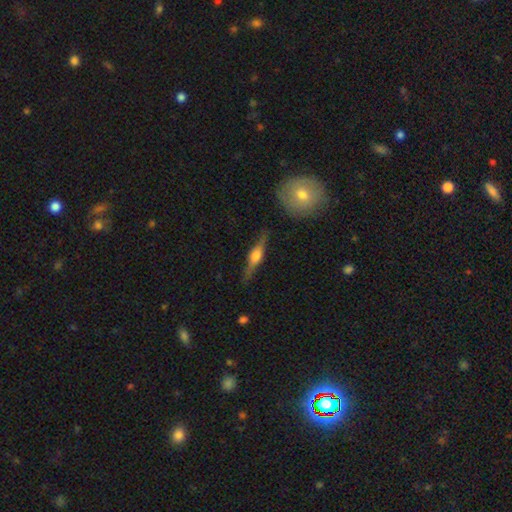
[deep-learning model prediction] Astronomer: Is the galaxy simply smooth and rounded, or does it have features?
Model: featured or disk — 72%.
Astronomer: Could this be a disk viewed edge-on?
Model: yes — 96%.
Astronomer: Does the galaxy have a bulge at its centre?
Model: rounded — 84%.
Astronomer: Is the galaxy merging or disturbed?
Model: none — 84%.